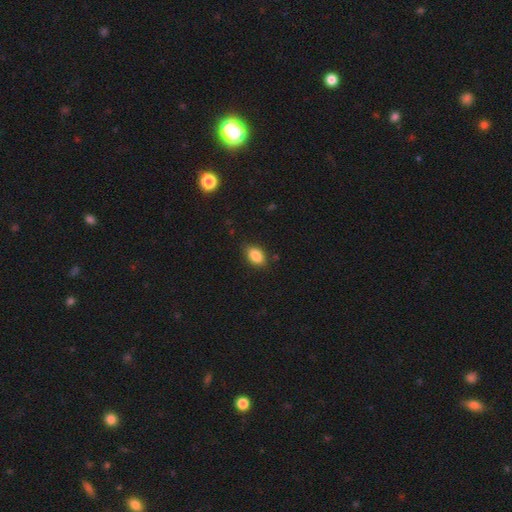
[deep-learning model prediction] smooth_or_featured: smooth (p=0.87) [alt: star or artifact p=0.08]
how_rounded: in between (p=0.89) [alt: round p=0.08]
merging: none (p=0.84) [alt: minor disturbance p=0.13]